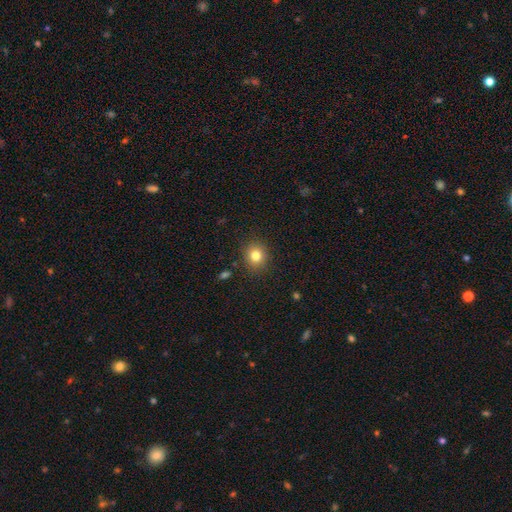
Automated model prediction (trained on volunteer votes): Smooth or featured? smooth (81%)
How rounded? round (82%)
Merging? none (89%)